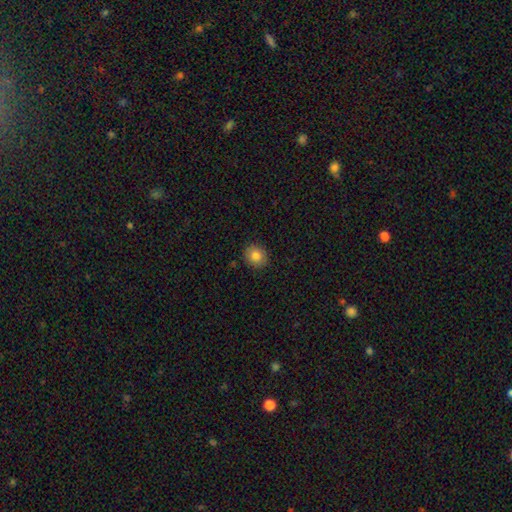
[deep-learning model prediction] A smooth galaxy with no disk features (83%) that is round (76%).

Vote fractions:
- Smooth or featured? smooth: 83% / star or artifact: 10% / featured or disk: 7%
- How rounded? round: 76% / in between: 23% / cigar-shaped: 1%
- Merging? none: 89% / minor disturbance: 8% / major disturbance: 2% / merger: 1%